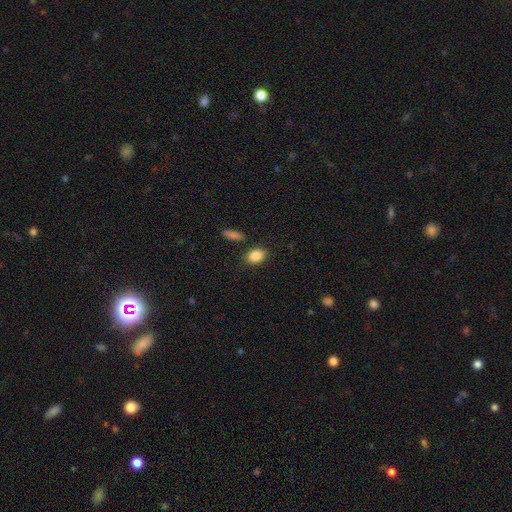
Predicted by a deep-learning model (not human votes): Overall: smooth (86%). How rounded: in between (74%). Merging: none (83%).